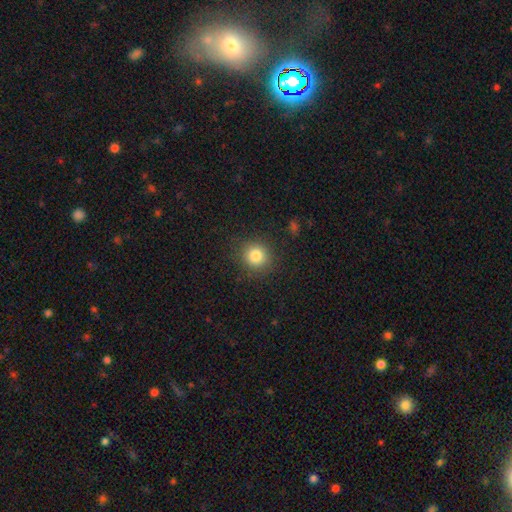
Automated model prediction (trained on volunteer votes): smooth_or_featured: smooth (p=0.83) [alt: star or artifact p=0.11]
how_rounded: round (p=0.89) [alt: in between p=0.10]
merging: none (p=0.88) [alt: minor disturbance p=0.08]